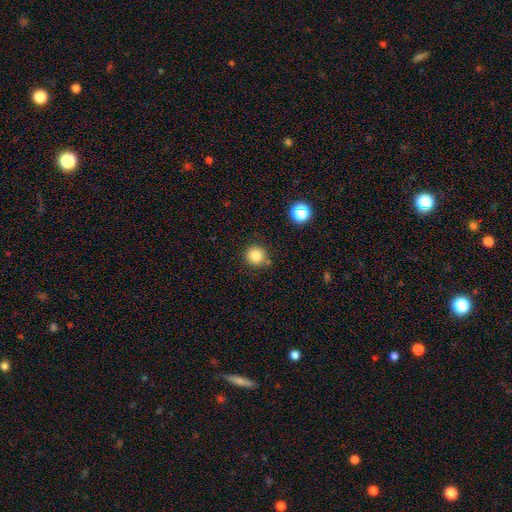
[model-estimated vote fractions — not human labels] A smooth galaxy with no disk features (83%) that is round (93%). Merging: none (83%).